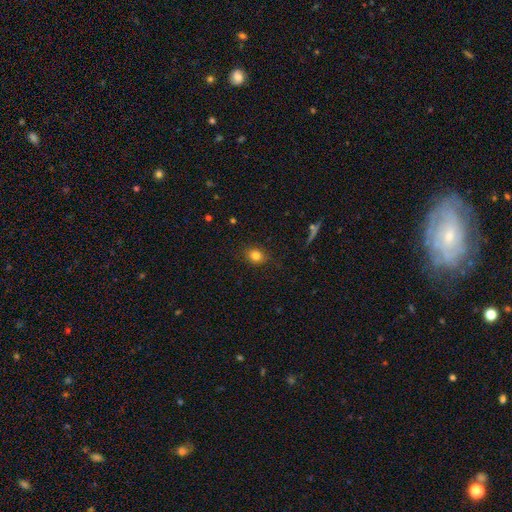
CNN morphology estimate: Smooth or featured? smooth (81%)
How rounded? round (58%)
Merging? none (85%)